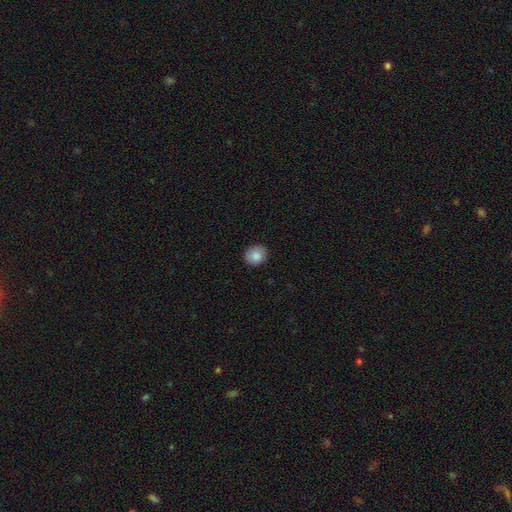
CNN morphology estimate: smooth 87%, star or artifact 8%, featured or disk 5%. Down the decision tree: how rounded — round (78%); merging — none (88%).